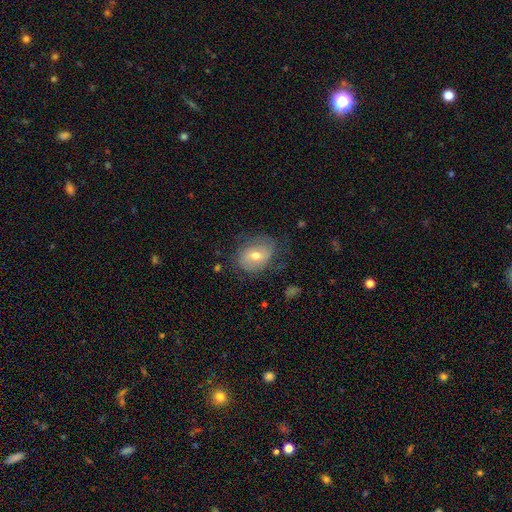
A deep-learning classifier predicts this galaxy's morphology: A smooth galaxy with no disk features (51%) that is in between round and cigar-shaped (59%).

Vote fractions:
- Smooth or featured? smooth: 51% / featured or disk: 40% / star or artifact: 9%
- How rounded? in between: 59% / round: 40% / cigar-shaped: 1%
- Merging? none: 66% / minor disturbance: 22% / major disturbance: 11% / merger: 1%